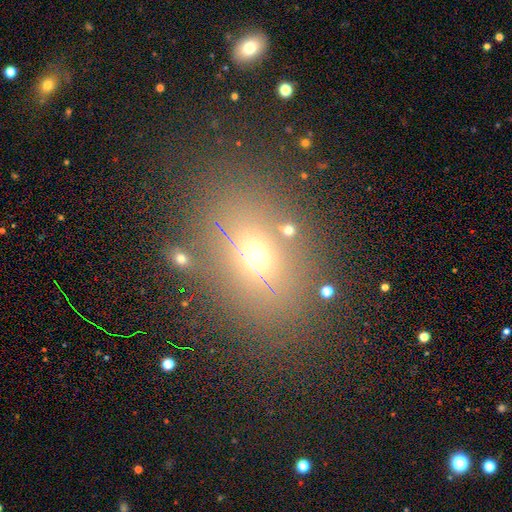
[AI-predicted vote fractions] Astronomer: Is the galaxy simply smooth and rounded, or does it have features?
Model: smooth — 59%.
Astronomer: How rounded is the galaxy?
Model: in between — 63%.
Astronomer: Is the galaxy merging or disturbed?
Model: none — 77%.